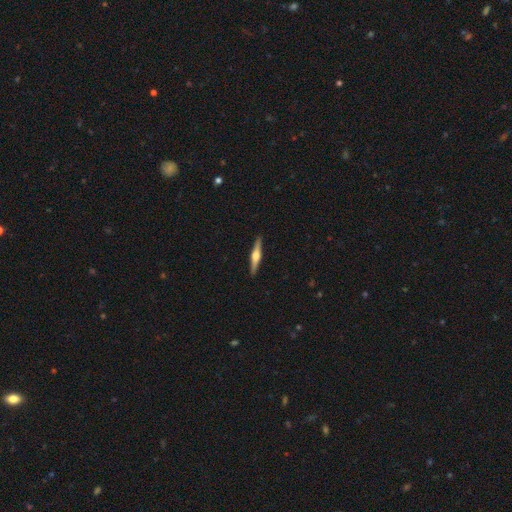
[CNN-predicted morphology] A featured or disk galaxy (71%) viewed edge-on (98%) with a rounded central bulge (91%).

Vote fractions:
- Smooth or featured? featured or disk: 71% / smooth: 24% / star or artifact: 5%
- Edge-on disk? yes: 98% / no: 2%
- Edge-on bulge? rounded: 91% / boxy: 7% / none: 3%
- Merging? none: 92% / minor disturbance: 6% / major disturbance: 1% / merger: 1%